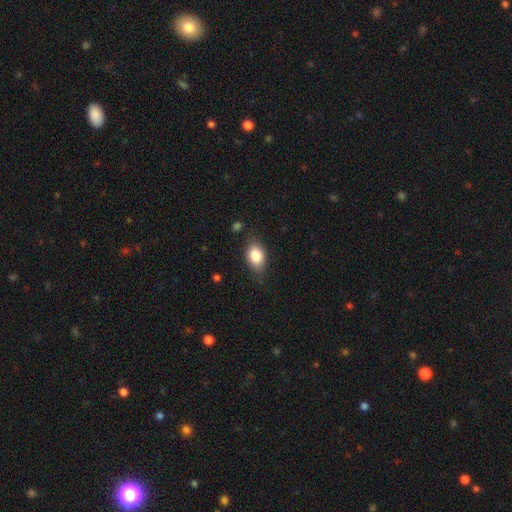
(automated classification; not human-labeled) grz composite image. It shows a smooth galaxy with no disk features (83%) that is in between round and cigar-shaped (83%). Merging: none (77%).